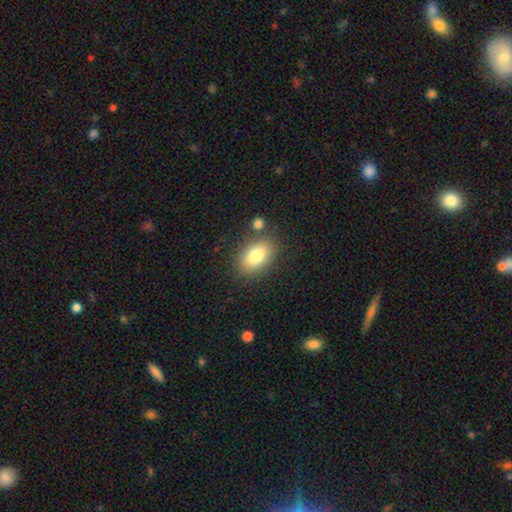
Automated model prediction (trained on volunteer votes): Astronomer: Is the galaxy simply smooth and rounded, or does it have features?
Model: smooth — 81%.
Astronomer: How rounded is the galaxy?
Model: in between — 86%.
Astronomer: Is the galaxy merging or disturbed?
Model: none — 78%.